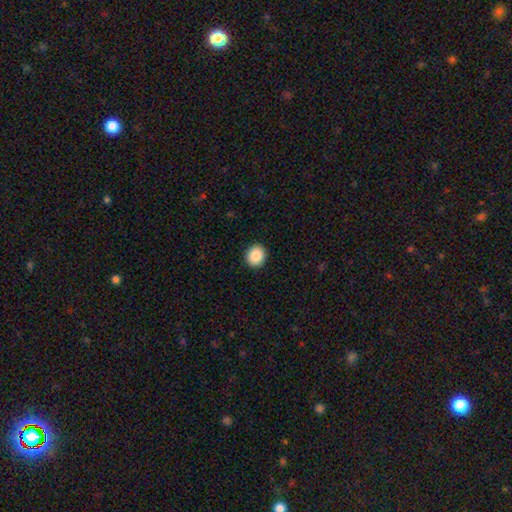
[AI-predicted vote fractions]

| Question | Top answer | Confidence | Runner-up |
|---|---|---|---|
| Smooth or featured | smooth | 87% | star or artifact (9%) |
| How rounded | round | 78% | in between (21%) |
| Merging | none | 92% | minor disturbance (5%) |